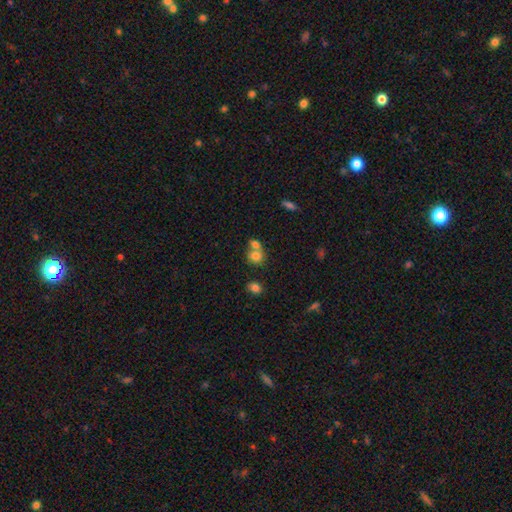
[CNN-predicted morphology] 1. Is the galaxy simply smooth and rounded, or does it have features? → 76% smooth, 12% featured or disk, 12% star or artifact.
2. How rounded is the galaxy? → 77% round, 22% in between, 1% cigar-shaped.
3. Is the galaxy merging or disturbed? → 49% merger, 41% none, 7% minor disturbance, 3% major disturbance.